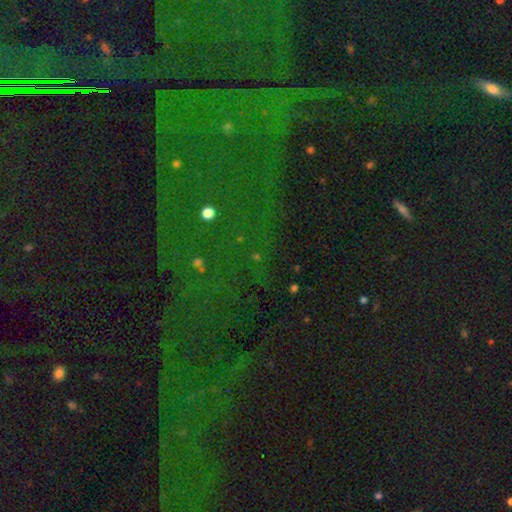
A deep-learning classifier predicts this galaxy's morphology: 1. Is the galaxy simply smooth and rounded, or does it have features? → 84% star or artifact, 9% smooth, 8% featured or disk.